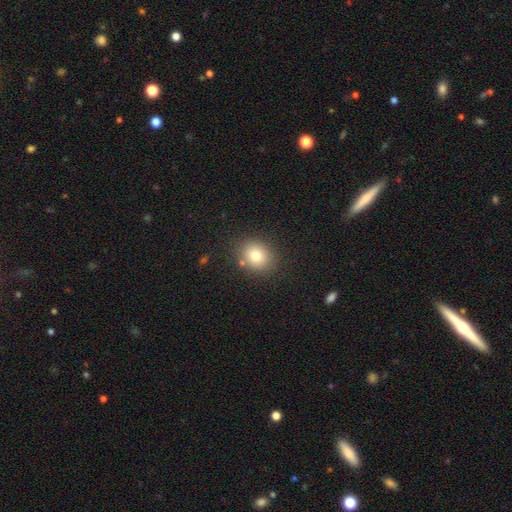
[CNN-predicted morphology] Overall: smooth (79%). How rounded: round (66%; in between 33%). Merging: none (83%).